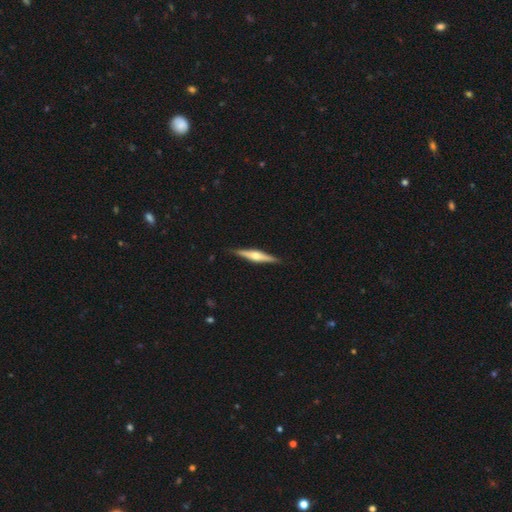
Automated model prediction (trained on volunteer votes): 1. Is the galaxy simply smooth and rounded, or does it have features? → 72% featured or disk, 23% smooth, 5% star or artifact.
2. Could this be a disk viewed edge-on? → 98% yes, 2% no.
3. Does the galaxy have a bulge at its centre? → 89% rounded, 8% boxy, 3% none.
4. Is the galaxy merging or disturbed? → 89% none, 8% minor disturbance, 2% major disturbance, 1% merger.